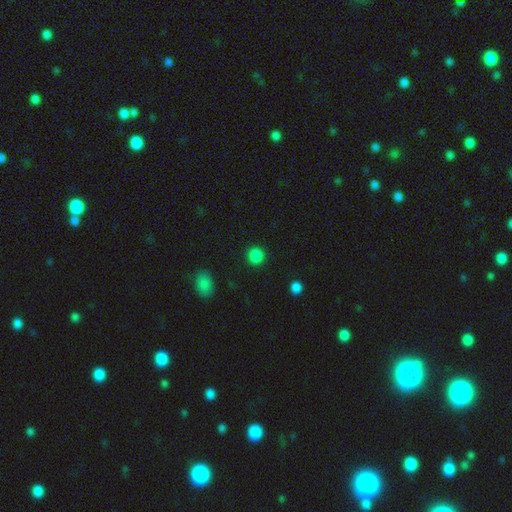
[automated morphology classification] smooth-or-featured: smooth: 86% | star or artifact: 11% | featured or disk: 3%
  how-rounded: round: 92% | in between: 7% | cigar-shaped: 1%
  merging: none: 91% | minor disturbance: 5% | major disturbance: 2% | merger: 1%